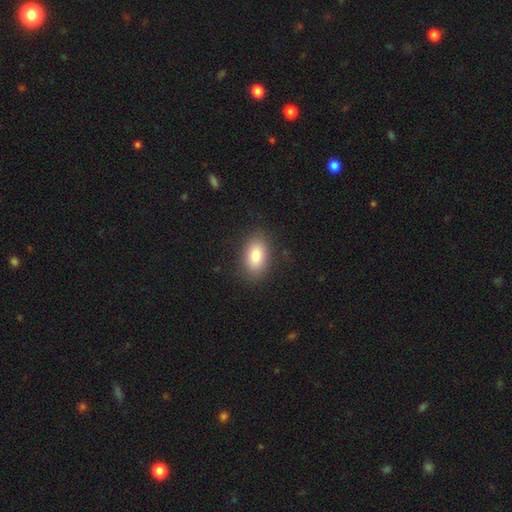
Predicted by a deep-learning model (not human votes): smooth 84%, star or artifact 8%, featured or disk 8%. Down the decision tree: how rounded — in between (90%); merging — none (86%).